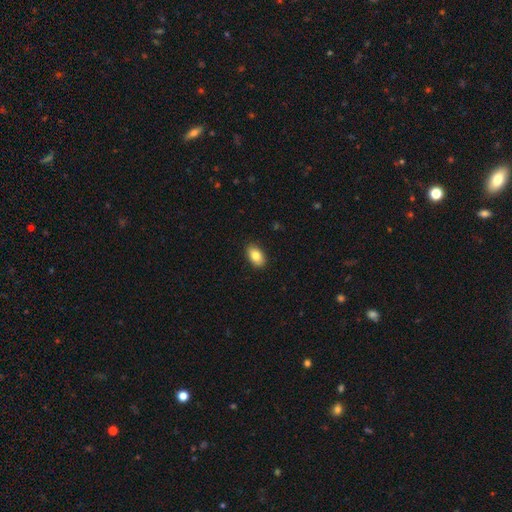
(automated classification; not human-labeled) Morphology: type=smooth (83%); roundness=in between (90%); merging=none (90%).